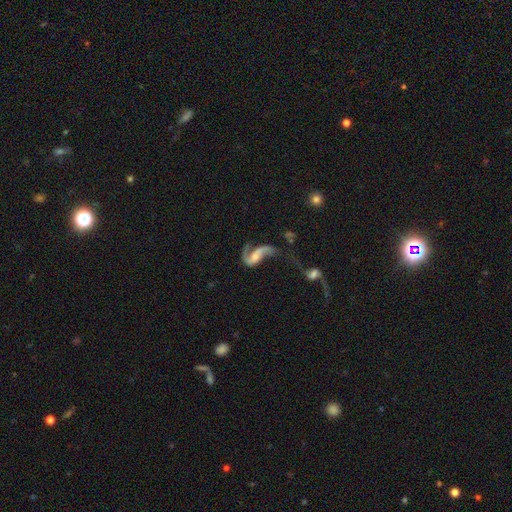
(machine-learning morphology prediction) Smooth or featured? Predicted: featured or disk (p=0.77). Edge-on disk? Predicted: no (p=0.96). Bar? Predicted: no (p=0.46). Spiral arms? Predicted: yes (p=0.88). Spiral winding? Predicted: loose (p=0.76). Spiral arm count? Predicted: 2 (p=0.74). Bulge size? Predicted: small (p=0.32). Merging? Predicted: major disturbance (p=0.40).